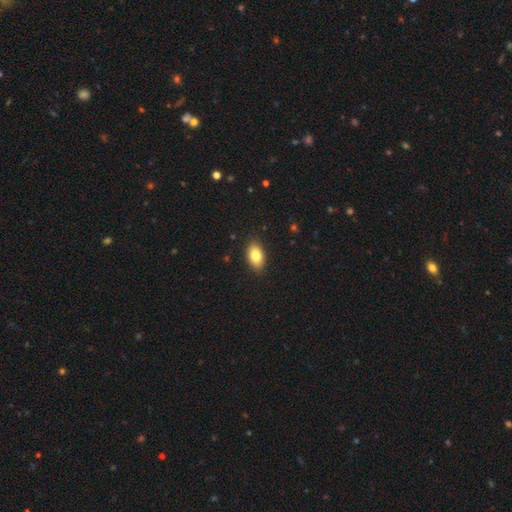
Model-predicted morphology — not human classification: Overall: smooth (82%). How rounded: in between (91%). Merging: none (88%).